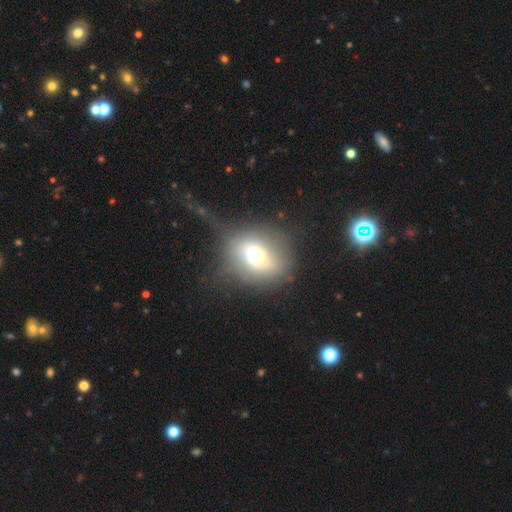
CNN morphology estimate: Q: Smooth or featured?
A: smooth (59%); runner-up: featured or disk (28%)
Q: How rounded?
A: round (63%); runner-up: in between (36%)
Q: Merging?
A: none (52%); runner-up: minor disturbance (23%)